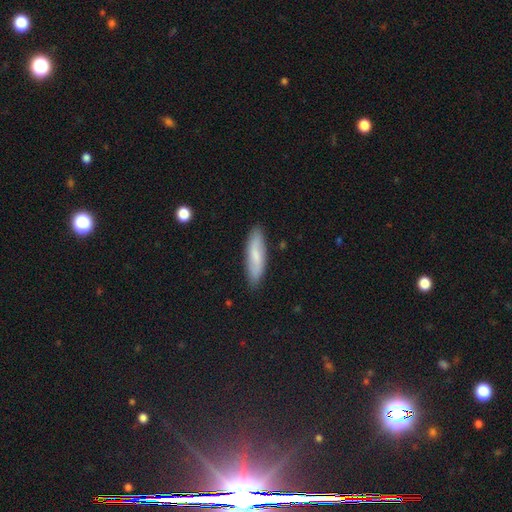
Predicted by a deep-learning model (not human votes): Smooth or featured? Predicted: smooth (p=0.64). How rounded? Predicted: cigar-shaped (p=0.63). Merging? Predicted: none (p=0.86).